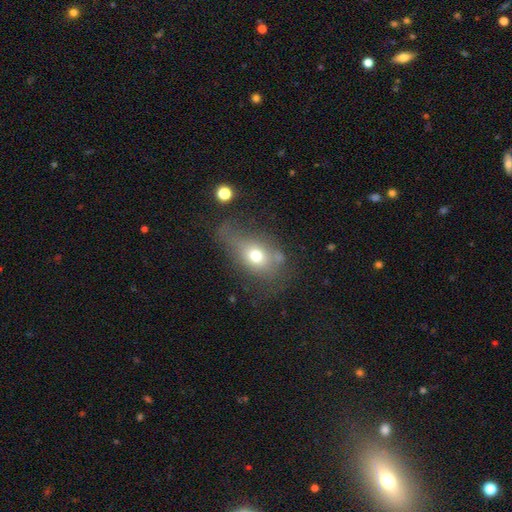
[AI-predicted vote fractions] smooth_or_featured: smooth (p=0.65) [alt: featured or disk p=0.21]
how_rounded: in between (p=0.65) [alt: round p=0.32]
merging: none (p=0.37) [alt: major disturbance p=0.31]